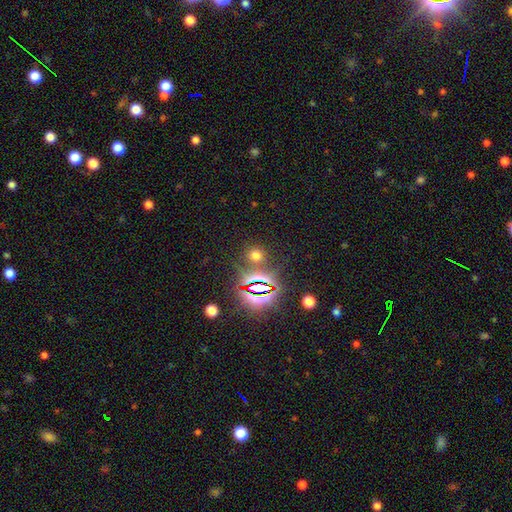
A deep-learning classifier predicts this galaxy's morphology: smooth-or-featured: smooth: 53% | star or artifact: 39% | featured or disk: 7%
  how-rounded: round: 84% | in between: 14% | cigar-shaped: 1%
  merging: none: 79% | minor disturbance: 8% | merger: 8% | major disturbance: 4%